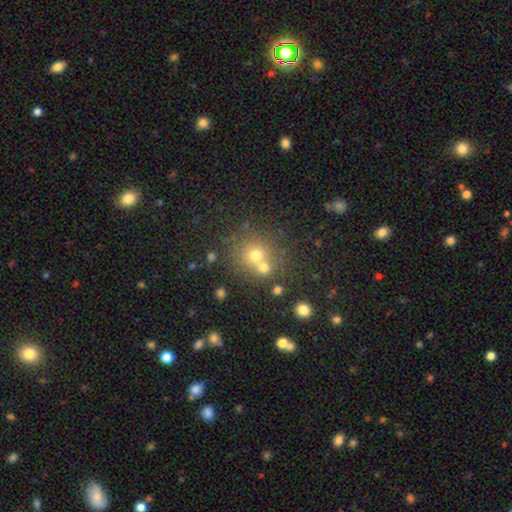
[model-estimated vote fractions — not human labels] Morphology: type=smooth (63%); roundness=round (86%); merging=none (55%).